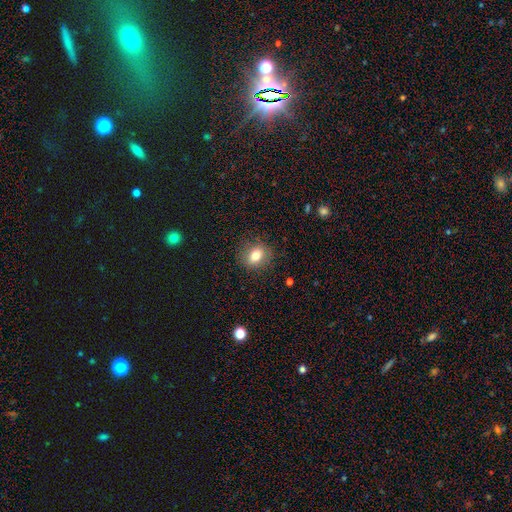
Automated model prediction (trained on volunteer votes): smooth-or-featured: smooth: 78% | featured or disk: 11% | star or artifact: 10%
  how-rounded: in between: 55% | round: 43% | cigar-shaped: 2%
  merging: none: 84% | minor disturbance: 12% | major disturbance: 4% | merger: 1%